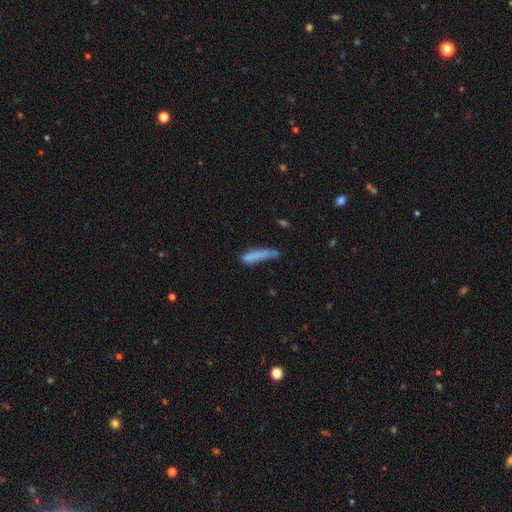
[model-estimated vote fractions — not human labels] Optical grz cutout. It shows a smooth galaxy with no disk features (76%) that is cigar-shaped (89%). Merging: none (57%).